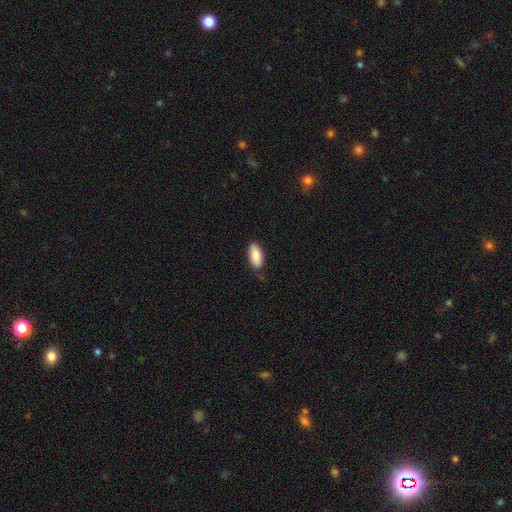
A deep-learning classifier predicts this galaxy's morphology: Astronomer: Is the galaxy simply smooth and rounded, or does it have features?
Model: smooth — 87%.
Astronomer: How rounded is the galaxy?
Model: in between — 91%.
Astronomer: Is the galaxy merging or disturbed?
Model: none — 77%.